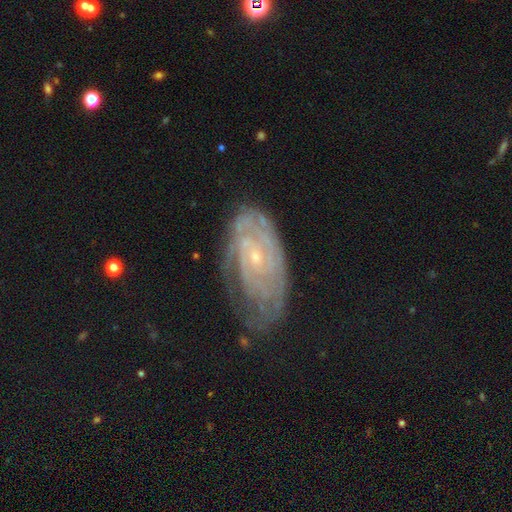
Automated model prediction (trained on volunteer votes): featured or disk 81%, smooth 12%, star or artifact 8%. Down the decision tree: edge-on disk — no (95%); bar — no (66%); spiral arms — yes (91%); spiral arm count — can't tell (47%); spiral winding — tight (72%); bulge size — small (80%); merging — none (59%).